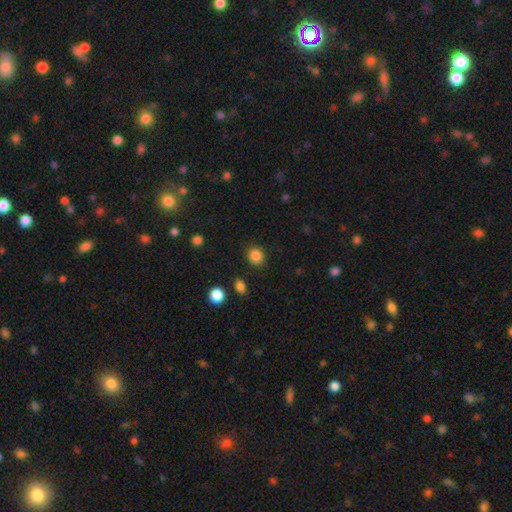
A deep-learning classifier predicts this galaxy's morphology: A smooth galaxy with no disk features (85%) that is round (82%). Merging: none (89%).